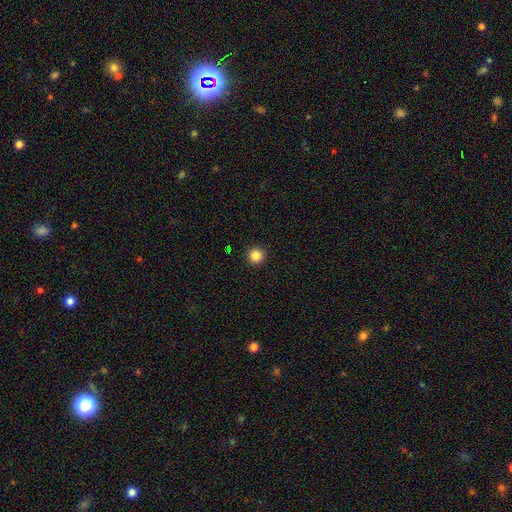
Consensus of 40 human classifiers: Overall: smooth (88%). How rounded: round (94%). Merging: none (89%).